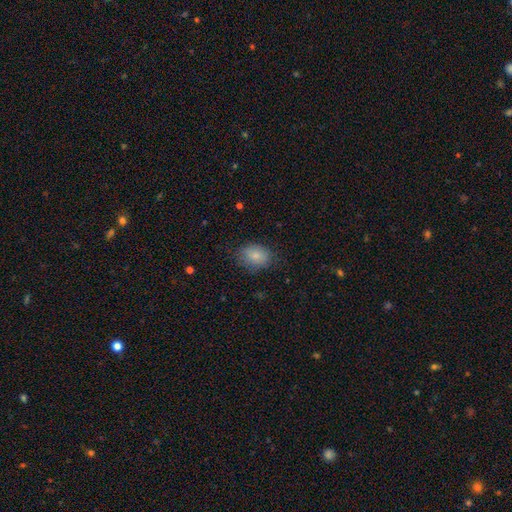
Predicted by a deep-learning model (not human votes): Smooth or featured?
  - smooth: 83% *
  - star or artifact: 9%
  - featured or disk: 8%
How rounded?
  - in between: 69% *
  - round: 30%
  - cigar-shaped: 1%
Merging?
  - none: 76% *
  - minor disturbance: 18%
  - major disturbance: 5%
  - merger: 1%